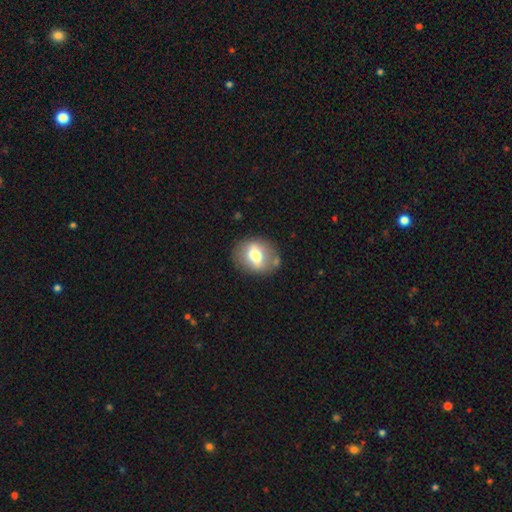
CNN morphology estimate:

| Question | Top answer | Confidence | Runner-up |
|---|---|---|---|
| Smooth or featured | smooth | 55% | featured or disk (37%) |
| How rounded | in between | 52% | round (47%) |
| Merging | none | 75% | minor disturbance (15%) |